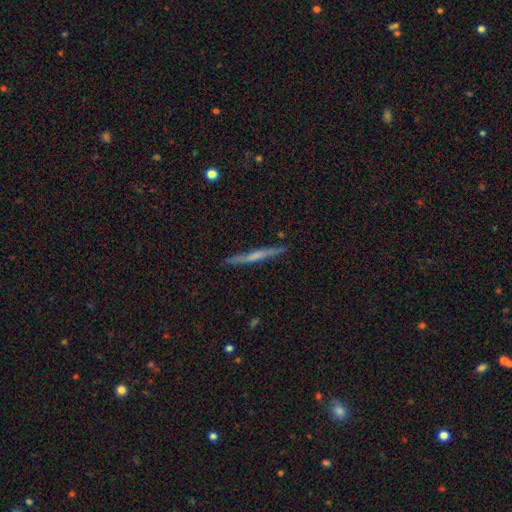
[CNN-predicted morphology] smooth_or_featured: featured or disk (p=0.54) [alt: smooth p=0.40]
disk_edge_on: yes (p=0.97) [alt: no p=0.03]
edge_on_bulge: none (p=0.61) [alt: rounded p=0.29]
merging: none (p=0.89) [alt: minor disturbance p=0.08]